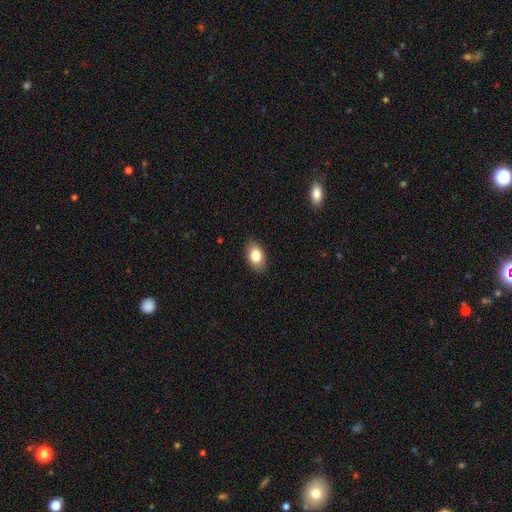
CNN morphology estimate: type=smooth (81%); roundness=in between (87%); merging=none (88%).